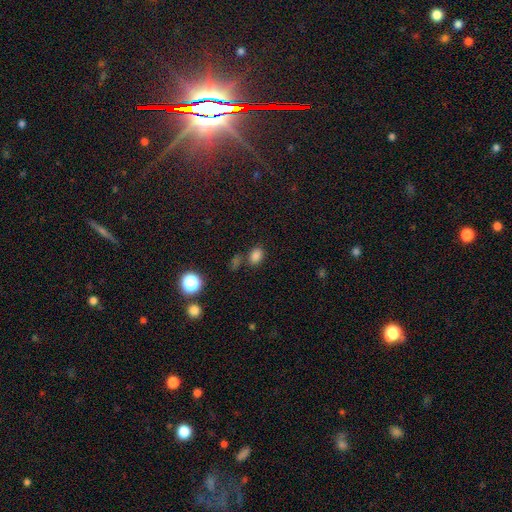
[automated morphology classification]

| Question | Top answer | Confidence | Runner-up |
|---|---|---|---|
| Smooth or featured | smooth | 79% | star or artifact (17%) |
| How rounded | in between | 74% | round (24%) |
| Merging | none | 67% | merger (15%) |